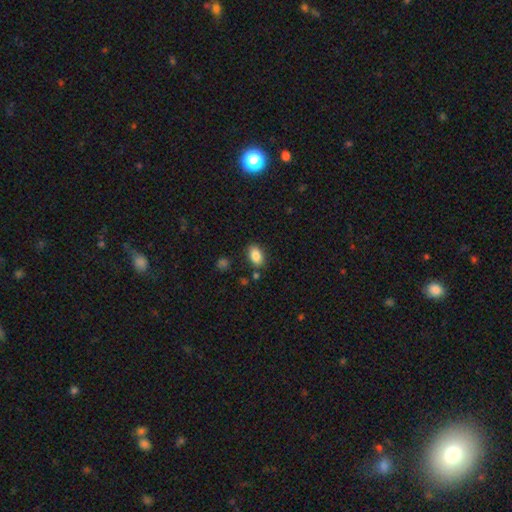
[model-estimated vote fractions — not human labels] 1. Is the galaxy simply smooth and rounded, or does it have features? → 86% smooth, 8% star or artifact, 6% featured or disk.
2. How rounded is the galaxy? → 90% in between, 8% round, 2% cigar-shaped.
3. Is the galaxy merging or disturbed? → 82% none, 11% minor disturbance, 4% merger, 3% major disturbance.